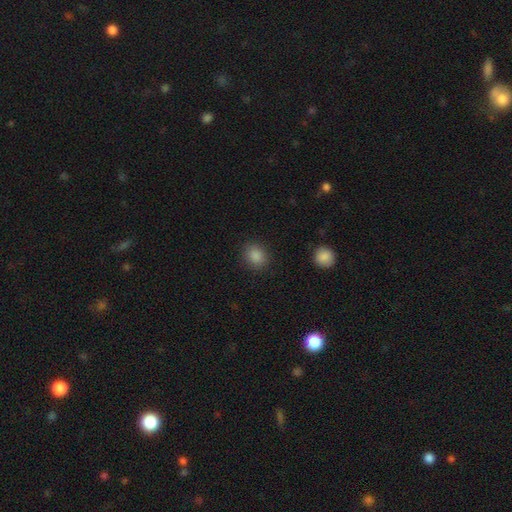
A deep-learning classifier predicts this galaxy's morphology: type=smooth (87%); roundness=round (68%); merging=none (88%).